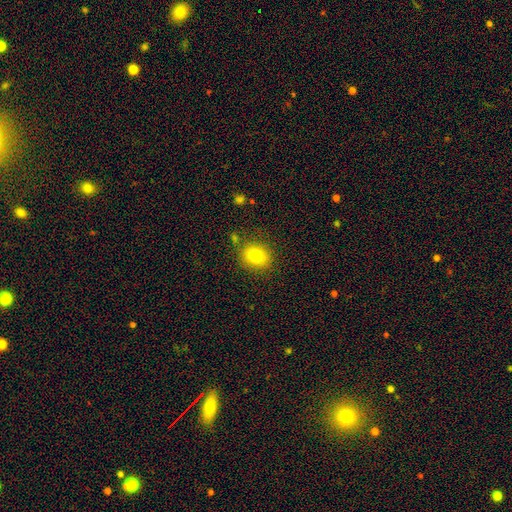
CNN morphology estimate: A smooth galaxy with no disk features (80%) that is round (68%).

Vote fractions:
- Smooth or featured? smooth: 80% / star or artifact: 11% / featured or disk: 9%
- How rounded? round: 68% / in between: 31% / cigar-shaped: 1%
- Merging? none: 84% / minor disturbance: 10% / major disturbance: 3% / merger: 3%